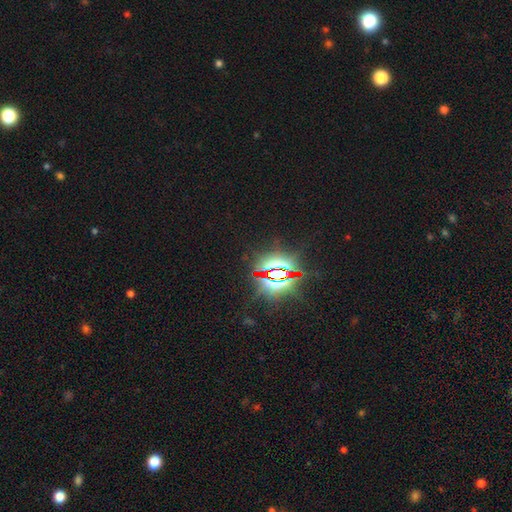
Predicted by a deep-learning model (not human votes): Smooth or featured: star or artifact — 87% (smooth — 8%)